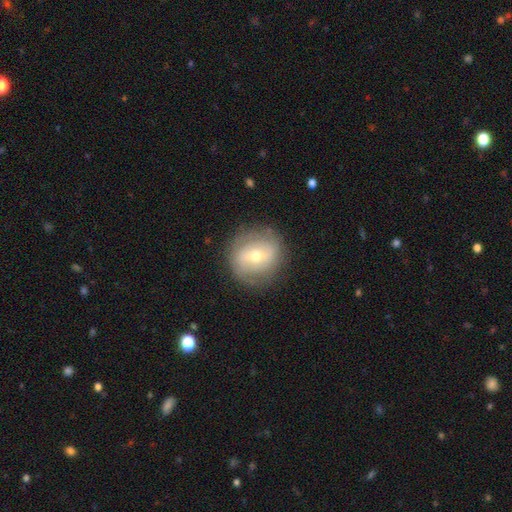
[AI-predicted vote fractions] Smooth or featured?
  - featured or disk: 52% *
  - smooth: 40%
  - star or artifact: 8%
Edge-on disk?
  - no: 95% *
  - yes: 5%
Merging?
  - none: 81% *
  - minor disturbance: 12%
  - major disturbance: 5%
  - merger: 1%